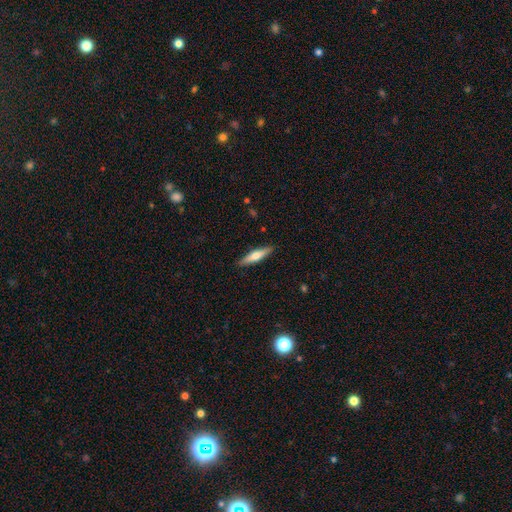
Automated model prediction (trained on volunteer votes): A smooth galaxy with no disk features (51%) that is cigar-shaped (80%).

Vote fractions:
- Smooth or featured? smooth: 51% / featured or disk: 43% / star or artifact: 6%
- How rounded? cigar-shaped: 80% / in between: 19% / round: 2%
- Merging? none: 90% / minor disturbance: 7% / major disturbance: 2% / merger: 1%